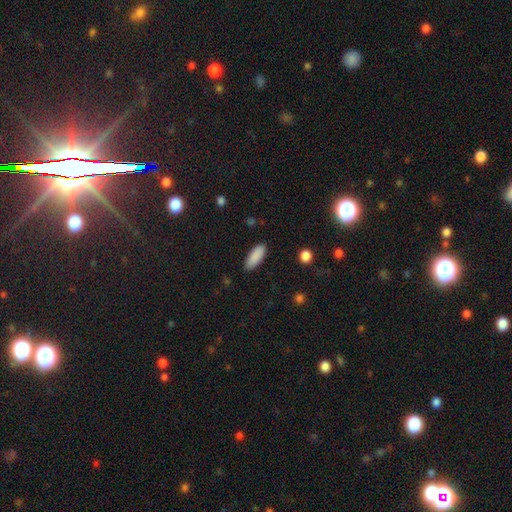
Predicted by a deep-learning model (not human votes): This appears to be a smooth galaxy with no disk features (89%) that is in between round and cigar-shaped (73%). Merging: none (87%).